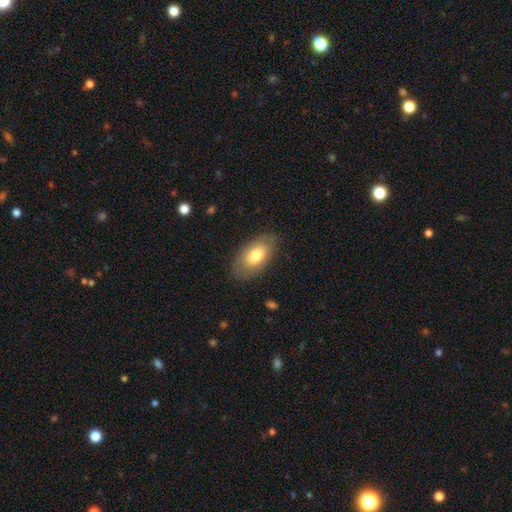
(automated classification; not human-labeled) smooth-or-featured: smooth: 74% | featured or disk: 20% | star or artifact: 6%
  how-rounded: in between: 93% | round: 4% | cigar-shaped: 3%
  merging: none: 83% | minor disturbance: 13% | major disturbance: 4% | merger: 1%